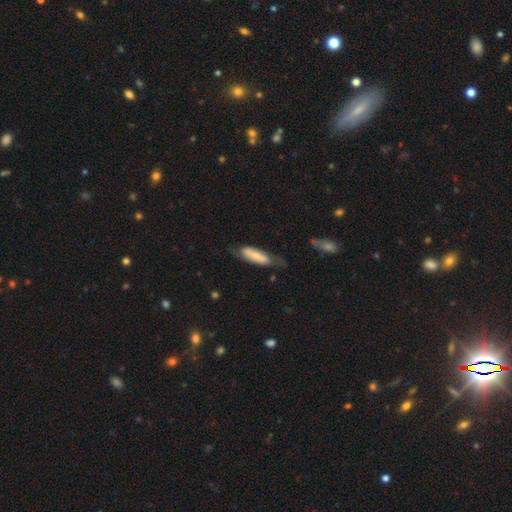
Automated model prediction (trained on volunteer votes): Overall: smooth (56%; featured or disk 38%). How rounded: in between (49%, tied with cigar-shaped). Merging: none (55%; minor disturbance 27%).